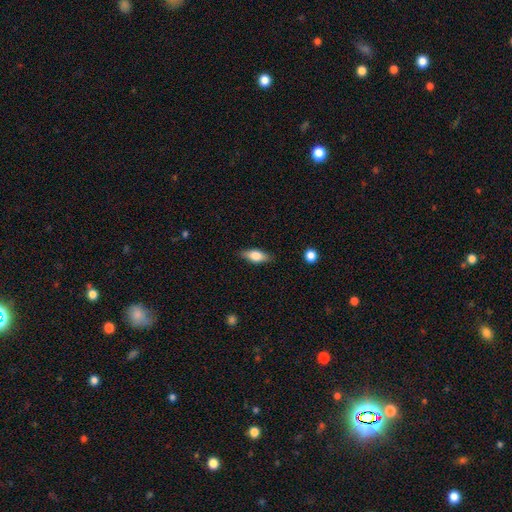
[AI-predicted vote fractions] smooth_or_featured: smooth (p=0.63) [alt: featured or disk p=0.30]
how_rounded: in between (p=0.72) [alt: cigar-shaped p=0.23]
merging: none (p=0.85) [alt: minor disturbance p=0.12]